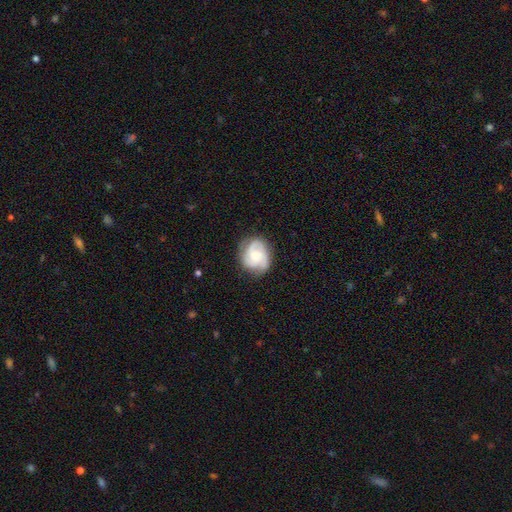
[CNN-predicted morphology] This appears to be a featured or disk galaxy (72%) with no bar (71%), 3 (57%) medium (45%) spiral arms (95%) and a small central bulge (43%). Merging: none (72%).